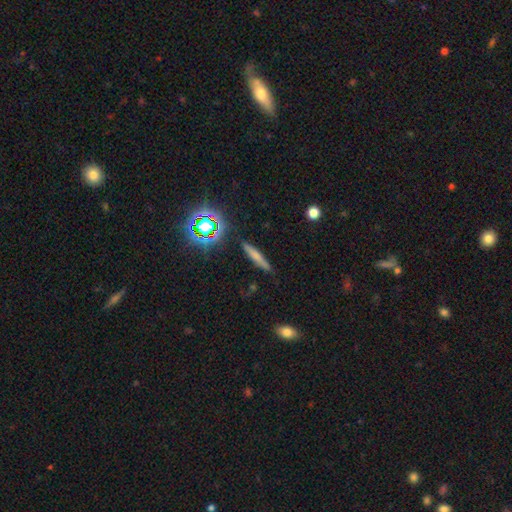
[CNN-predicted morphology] Smooth or featured: smooth — 61% (featured or disk — 25%)
How rounded: cigar-shaped — 90% (in between — 7%)
Merging: none — 84% (minor disturbance — 11%)